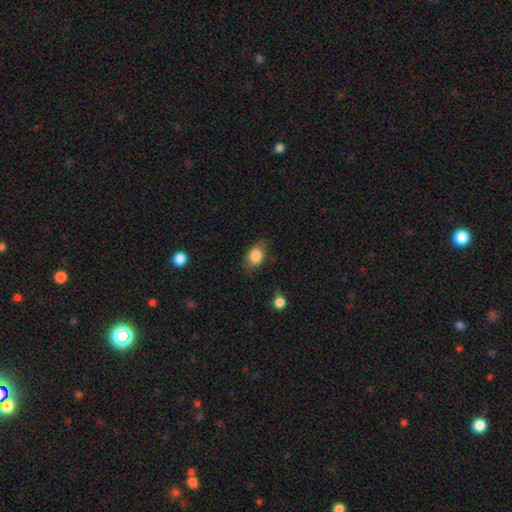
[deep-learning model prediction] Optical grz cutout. It shows a smooth galaxy with no disk features (82%) that is in between round and cigar-shaped (72%). Merging: none (72%).